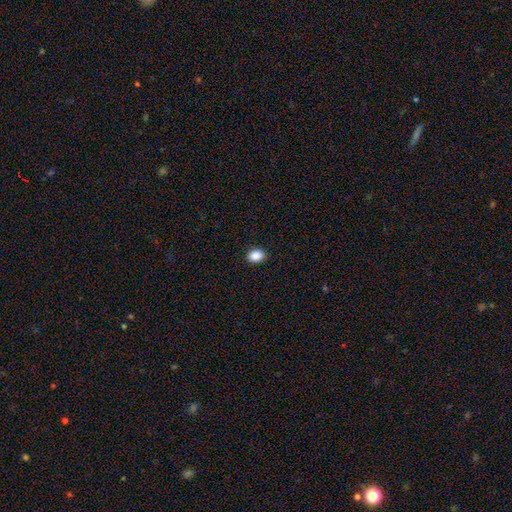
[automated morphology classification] Overall: smooth (89%). How rounded: in between (69%; round 30%). Merging: none (91%).